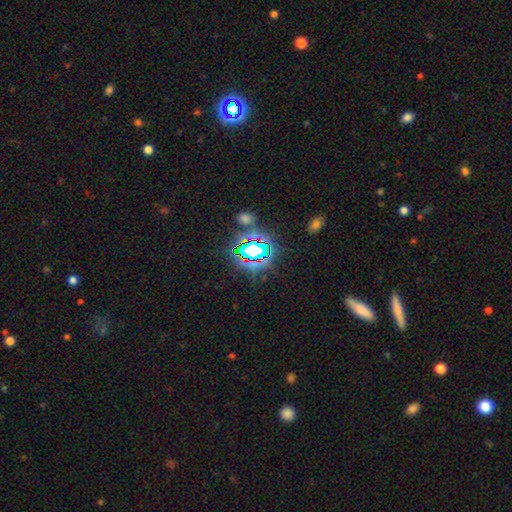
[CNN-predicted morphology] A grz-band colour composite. It shows a star or artifact, not a galaxy (71%).